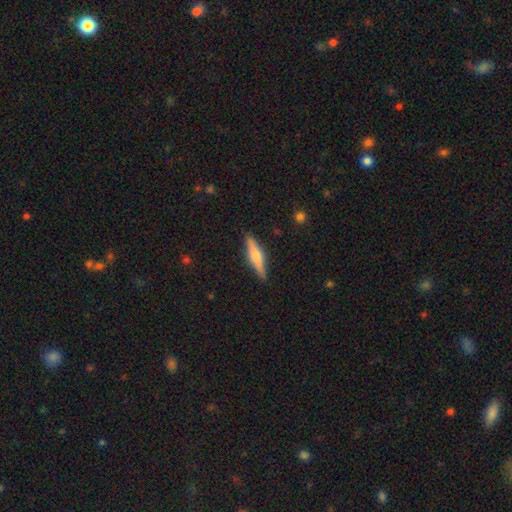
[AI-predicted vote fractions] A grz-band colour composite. It shows a featured or disk galaxy (52%) viewed edge-on (96%). Merging: none (89%).